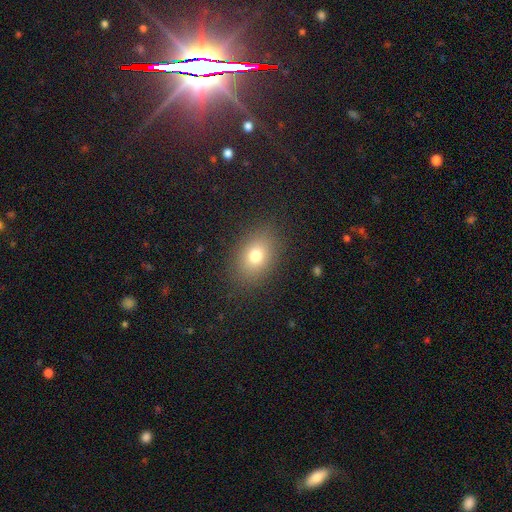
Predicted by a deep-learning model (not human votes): The model was most divided on "how rounded": in between: 67%, round: 31%, cigar-shaped: 1%. More confident: merging — none (87%); smooth or featured — smooth (76%).